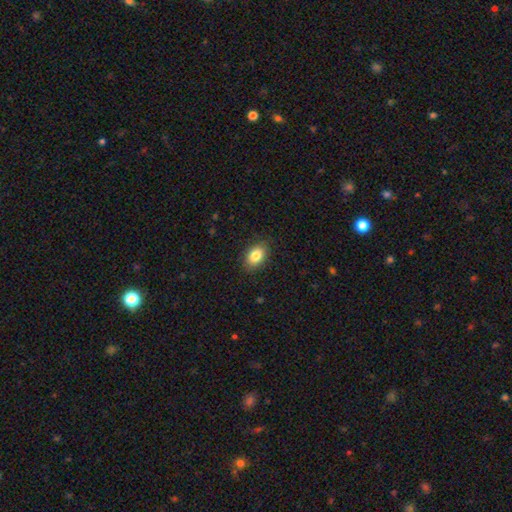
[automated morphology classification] Overall: smooth (84%). How rounded: in between (84%). Merging: none (87%).